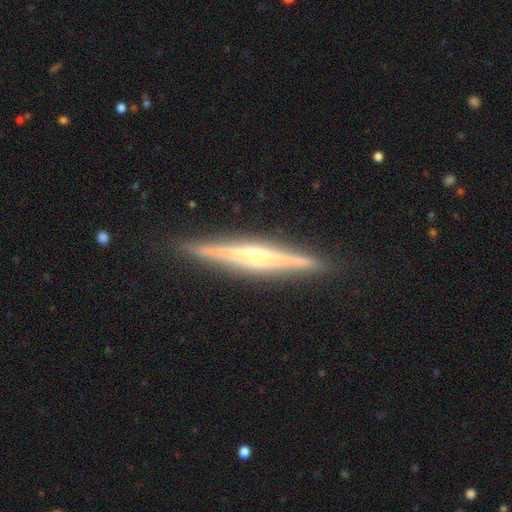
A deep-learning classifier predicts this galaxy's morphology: Smooth or featured: featured or disk — 80% (smooth — 14%)
Edge-on disk: yes — 98% (no — 2%)
Edge-on bulge: rounded — 49% (none — 31%)
Merging: none — 90% (minor disturbance — 7%)